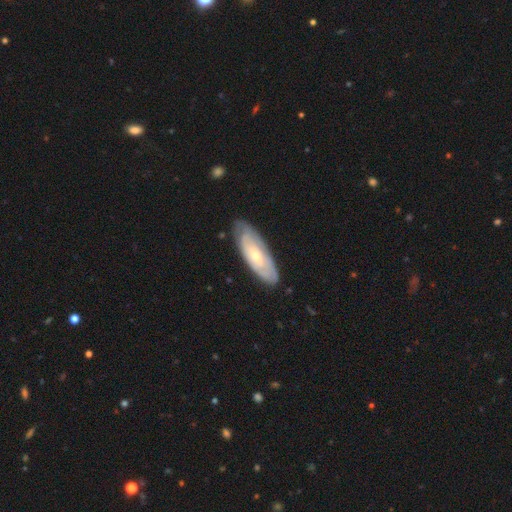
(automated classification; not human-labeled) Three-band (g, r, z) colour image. It shows a featured or disk galaxy (58%). Merging: none (76%).